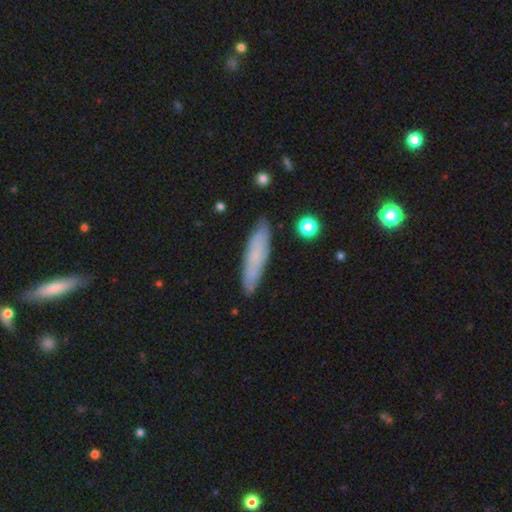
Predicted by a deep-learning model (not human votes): A smooth galaxy with no disk features (65%) that is cigar-shaped (82%).

Vote fractions:
- Smooth or featured? smooth: 65% / featured or disk: 27% / star or artifact: 8%
- How rounded? cigar-shaped: 82% / in between: 17% / round: 2%
- Merging? none: 87% / minor disturbance: 10% / major disturbance: 2% / merger: 1%